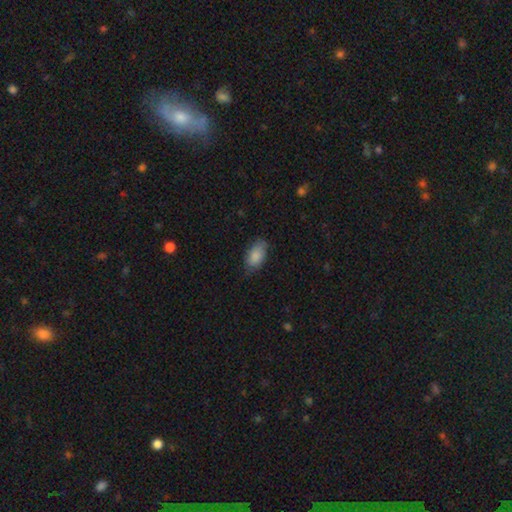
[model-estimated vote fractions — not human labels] Overall: smooth (86%). How rounded: in between (93%). Merging: none (70%).